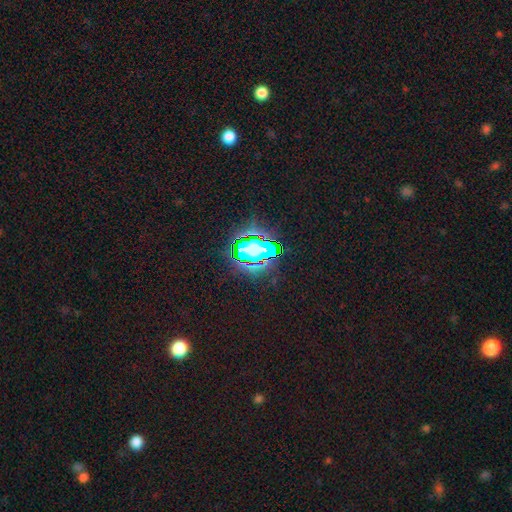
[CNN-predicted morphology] This is likely a star or artifact rather than a galaxy (76%).